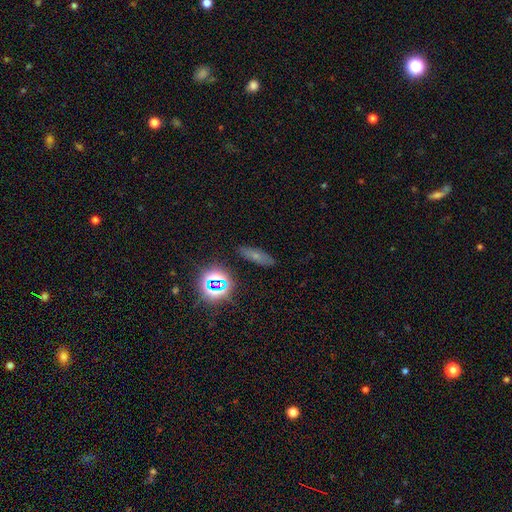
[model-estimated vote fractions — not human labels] Smooth or featured: smooth — 49% (star or artifact — 29%)
Merging: none — 84% (minor disturbance — 11%)